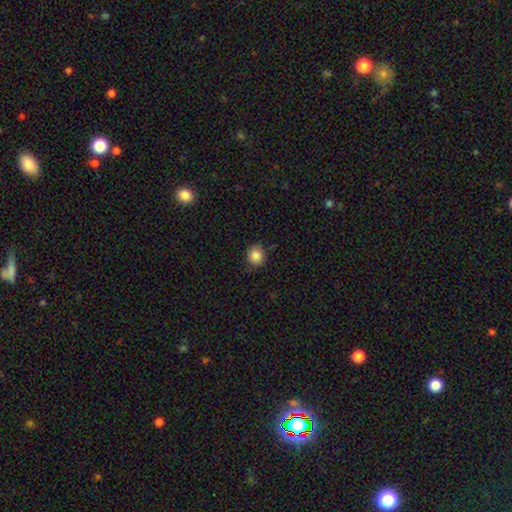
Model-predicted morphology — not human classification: Smooth or featured?
  - smooth: 86% *
  - star or artifact: 10%
  - featured or disk: 4%
How rounded?
  - round: 85% *
  - in between: 14%
  - cigar-shaped: 1%
Merging?
  - none: 83% *
  - minor disturbance: 13%
  - major disturbance: 2%
  - merger: 1%